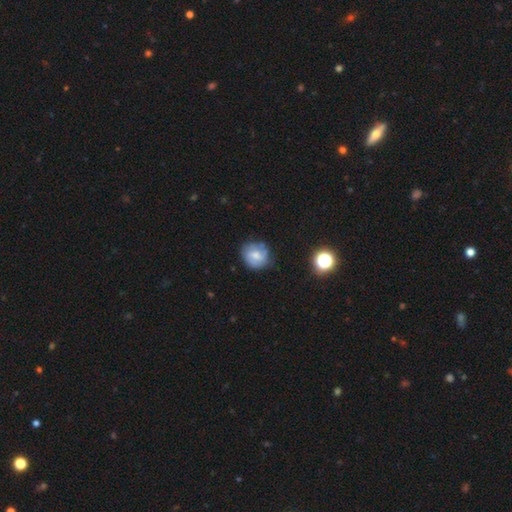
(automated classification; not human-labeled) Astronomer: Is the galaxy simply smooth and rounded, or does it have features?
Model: smooth — 54% (runner-up: featured or disk, 36%).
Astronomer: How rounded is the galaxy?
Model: round — 81%.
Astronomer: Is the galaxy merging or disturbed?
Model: none — 71%.